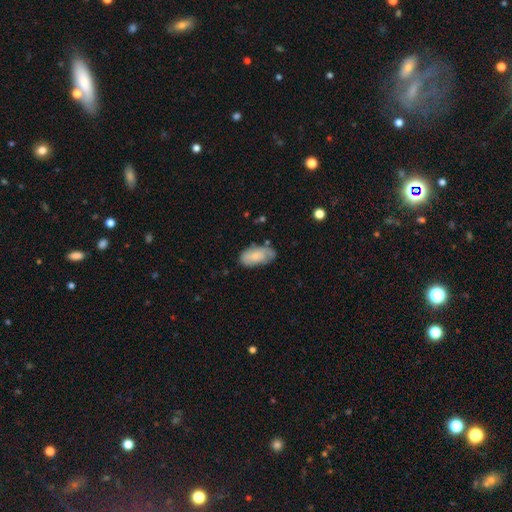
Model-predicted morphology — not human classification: A smooth galaxy with no disk features (67%) that is in between round and cigar-shaped (93%).

Vote fractions:
- Smooth or featured? smooth: 67% / featured or disk: 26% / star or artifact: 7%
- How rounded? in between: 93% / cigar-shaped: 4% / round: 3%
- Merging? none: 61% / minor disturbance: 28% / major disturbance: 8% / merger: 3%